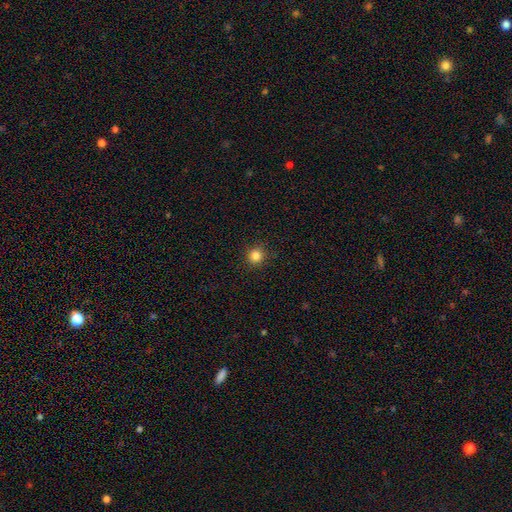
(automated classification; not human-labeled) Smooth or featured?
  - smooth: 84% *
  - star or artifact: 12%
  - featured or disk: 4%
How rounded?
  - round: 92% *
  - in between: 7%
  - cigar-shaped: 1%
Merging?
  - none: 91% *
  - minor disturbance: 6%
  - major disturbance: 2%
  - merger: 1%